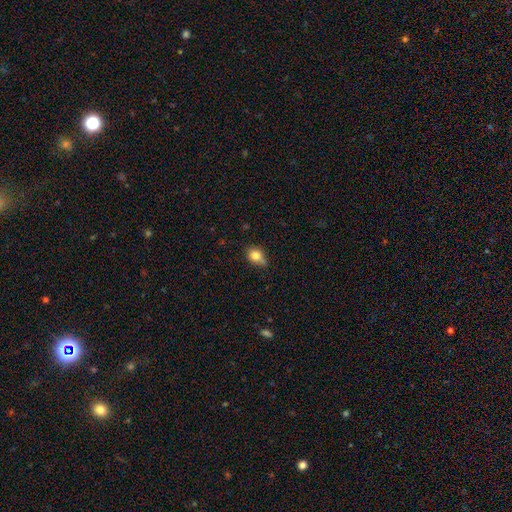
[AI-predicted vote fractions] Smooth or featured?
  - smooth: 77% *
  - featured or disk: 12%
  - star or artifact: 10%
How rounded?
  - round: 49% *
  - in between: 48%
  - cigar-shaped: 3%
Merging?
  - none: 53% *
  - minor disturbance: 34%
  - major disturbance: 8%
  - merger: 5%